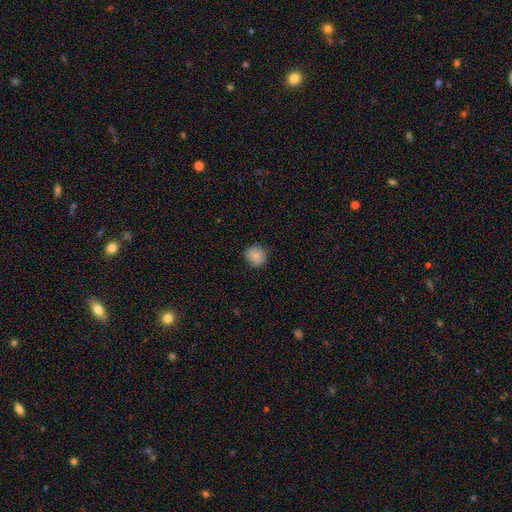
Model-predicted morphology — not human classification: Smooth or featured?
  - smooth: 87% *
  - star or artifact: 9%
  - featured or disk: 5%
How rounded?
  - round: 89% *
  - in between: 10%
  - cigar-shaped: 1%
Merging?
  - none: 84% *
  - minor disturbance: 13%
  - major disturbance: 3%
  - merger: 1%